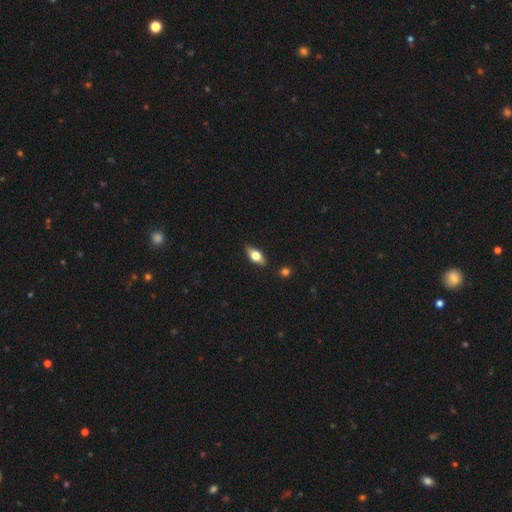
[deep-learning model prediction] Smooth or featured?
  - smooth: 60% *
  - featured or disk: 33%
  - star or artifact: 7%
How rounded?
  - in between: 79% *
  - cigar-shaped: 16%
  - round: 5%
Merging?
  - none: 83% *
  - minor disturbance: 12%
  - major disturbance: 3%
  - merger: 2%